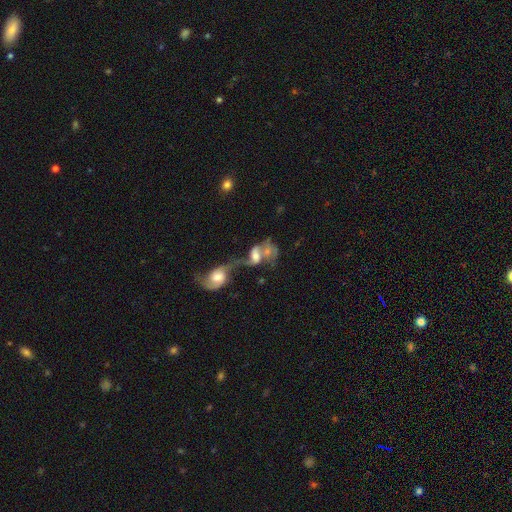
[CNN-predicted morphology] Smooth or featured?
  - featured or disk: 58% *
  - smooth: 32%
  - star or artifact: 10%
Edge-on disk?
  - no: 96% *
  - yes: 4%
Bar?
  - no: 59% *
  - weak: 31%
  - strong: 10%
Spiral arms?
  - yes: 68% *
  - no: 32%
Bulge size?
  - moderate: 56% *
  - small: 19%
  - large: 16%
  - none: 7%
  - dominant: 3%
Merging?
  - merger: 78% *
  - major disturbance: 10%
  - none: 7%
  - minor disturbance: 4%